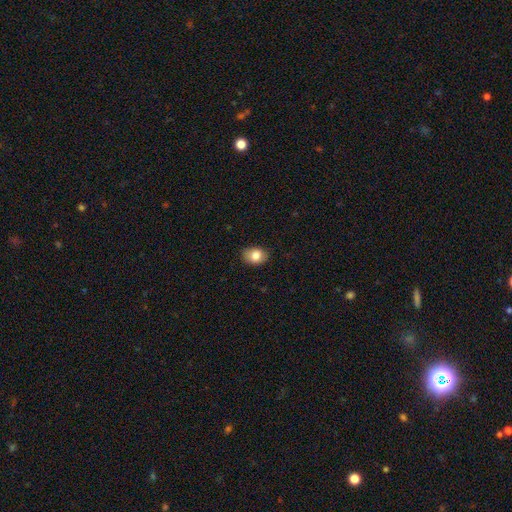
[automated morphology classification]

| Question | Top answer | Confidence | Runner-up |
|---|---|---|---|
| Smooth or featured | smooth | 83% | featured or disk (9%) |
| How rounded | in between | 68% | round (31%) |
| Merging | none | 83% | minor disturbance (14%) |